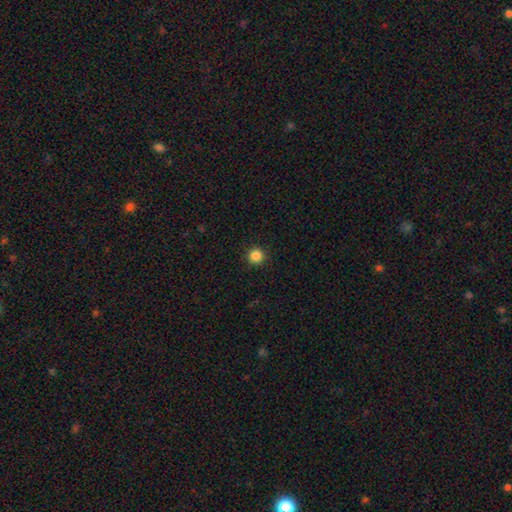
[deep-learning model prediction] The model was most divided on "smooth or featured": smooth: 85%, star or artifact: 11%, featured or disk: 3%. More confident: how rounded — round (96%); merging — none (92%).